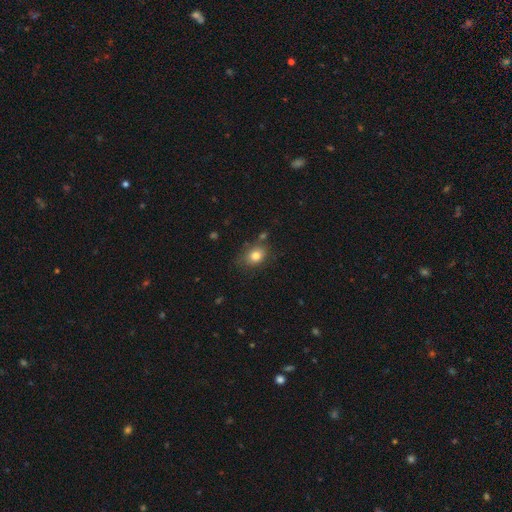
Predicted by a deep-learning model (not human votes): Morphology: type=smooth (80%); roundness=in between (57%); merging=none (71%).